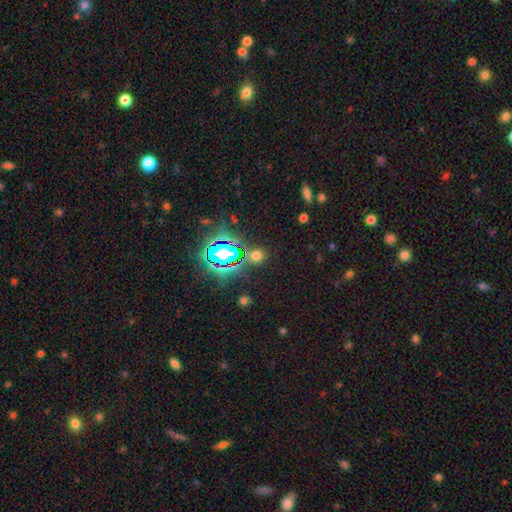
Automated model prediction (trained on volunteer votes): A smooth galaxy with no disk features (52%) that is round (74%).

Vote fractions:
- Smooth or featured? smooth: 52% / star or artifact: 41% / featured or disk: 7%
- How rounded? round: 74% / in between: 24% / cigar-shaped: 2%
- Merging? none: 82% / minor disturbance: 9% / merger: 5% / major disturbance: 4%